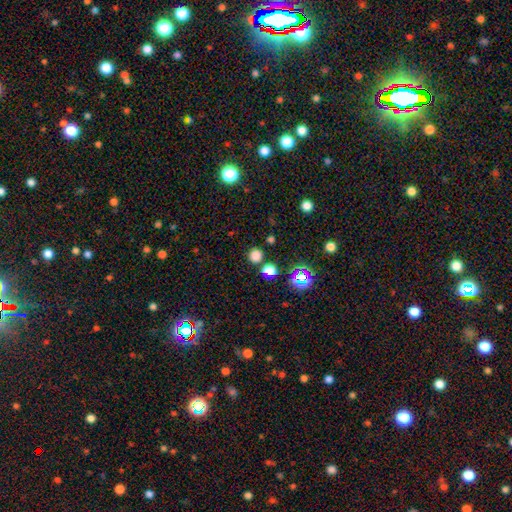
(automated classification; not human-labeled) Smooth or featured? smooth (76%)
How rounded? round (91%)
Merging? none (85%)